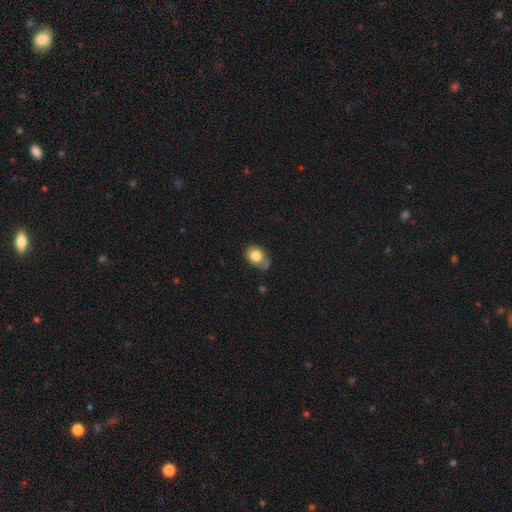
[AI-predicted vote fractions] Overall: smooth (81%). How rounded: round (60%; in between 39%). Merging: none (60%; minor disturbance 23%).